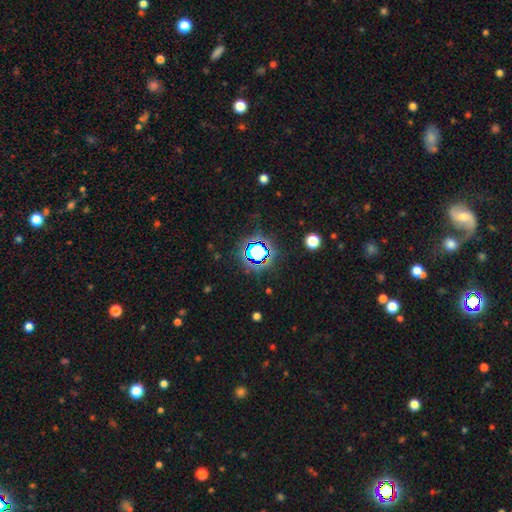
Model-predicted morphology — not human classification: This is likely a star or artifact rather than a galaxy (67%).